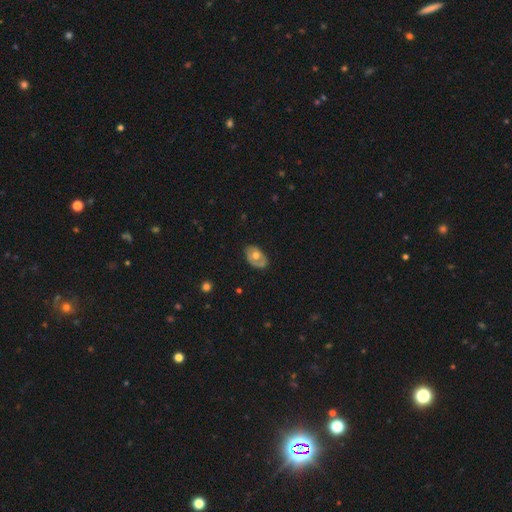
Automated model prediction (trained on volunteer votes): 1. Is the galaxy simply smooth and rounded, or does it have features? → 50% smooth, 43% featured or disk, 7% star or artifact.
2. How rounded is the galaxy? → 81% in between, 17% round, 1% cigar-shaped.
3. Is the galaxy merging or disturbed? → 63% none, 26% minor disturbance, 8% major disturbance, 3% merger.